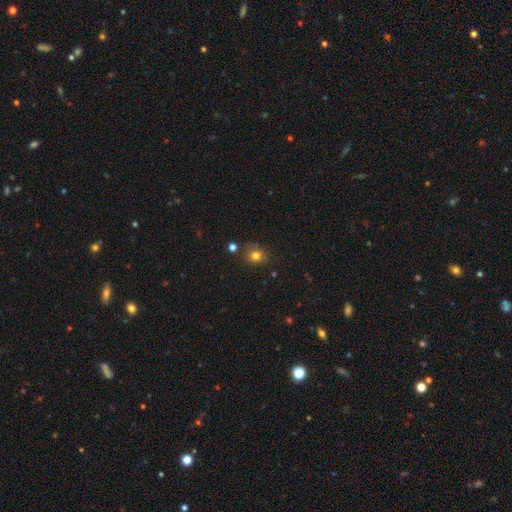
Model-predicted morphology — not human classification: smooth 77%, star or artifact 15%, featured or disk 8%. Down the decision tree: how rounded — round (76%); merging — none (76%).